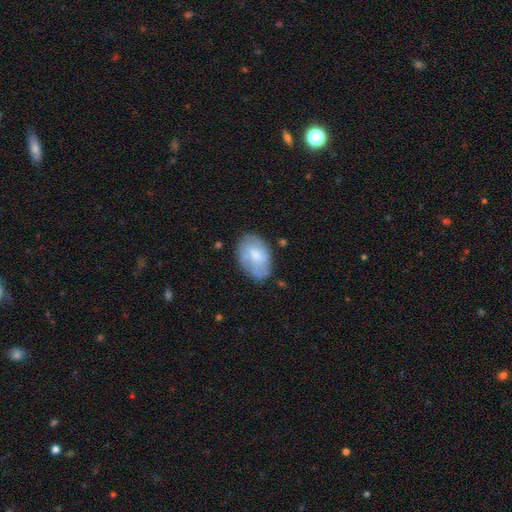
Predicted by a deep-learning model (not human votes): smooth-or-featured: smooth: 63% | featured or disk: 30% | star or artifact: 7%
  how-rounded: in between: 88% | round: 10% | cigar-shaped: 1%
  merging: none: 60% | minor disturbance: 27% | major disturbance: 9% | merger: 4%